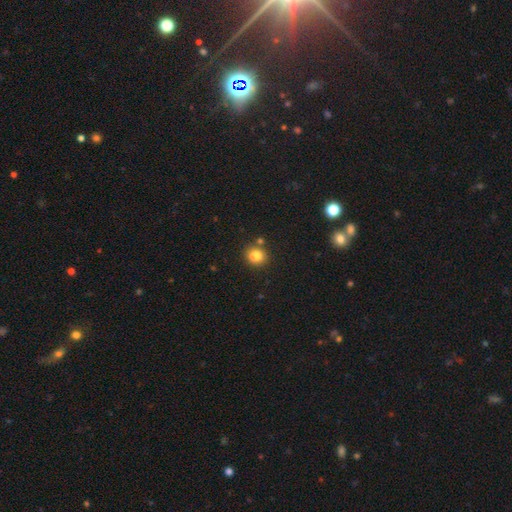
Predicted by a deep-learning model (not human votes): Smooth or featured? smooth (82%)
How rounded? round (71%)
Merging? none (72%)